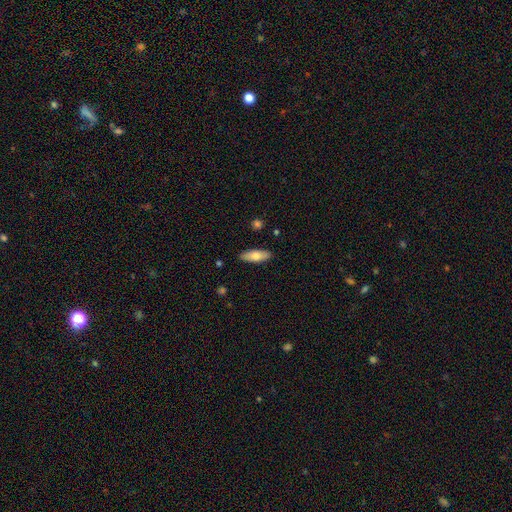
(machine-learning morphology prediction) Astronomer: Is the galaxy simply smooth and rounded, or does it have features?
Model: smooth — 74%.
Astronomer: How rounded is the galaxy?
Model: in between — 63%.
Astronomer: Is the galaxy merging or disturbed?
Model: none — 89%.